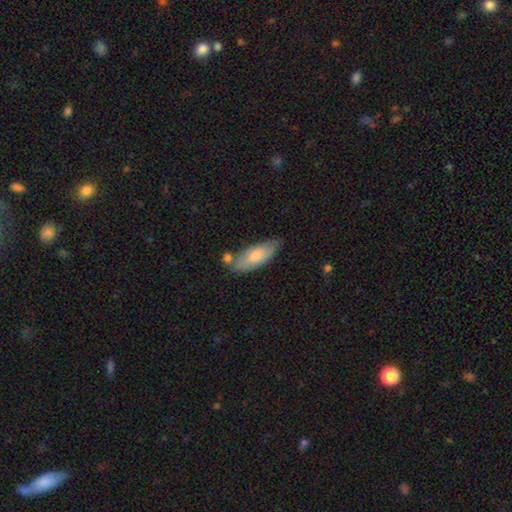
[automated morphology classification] Smooth or featured? Predicted: smooth (p=0.70). How rounded? Predicted: in between (p=0.69). Merging? Predicted: none (p=0.64).